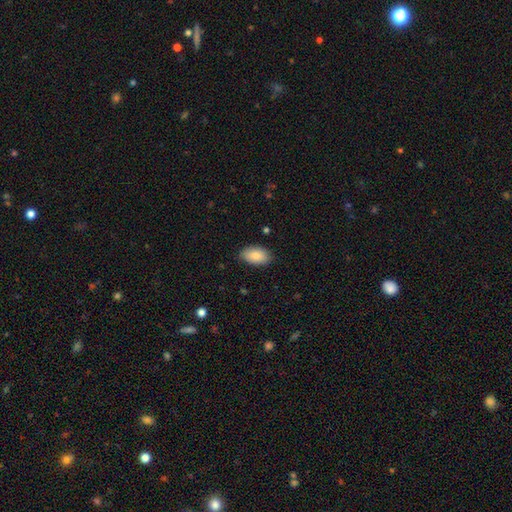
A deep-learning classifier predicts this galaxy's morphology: Smooth or featured?
  - smooth: 84% *
  - featured or disk: 10%
  - star or artifact: 7%
How rounded?
  - in between: 94% *
  - round: 5%
  - cigar-shaped: 2%
Merging?
  - none: 84% *
  - minor disturbance: 12%
  - major disturbance: 2%
  - merger: 1%